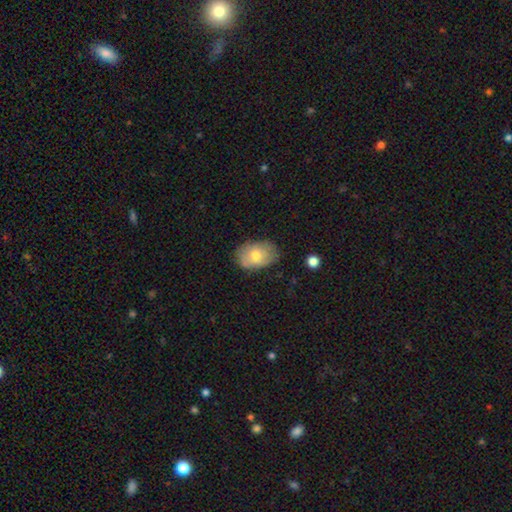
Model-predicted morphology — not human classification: The model was most divided on "merging": none: 69%, minor disturbance: 24%, major disturbance: 5%, merger: 2%. More confident: how rounded — in between (82%); smooth or featured — smooth (69%).